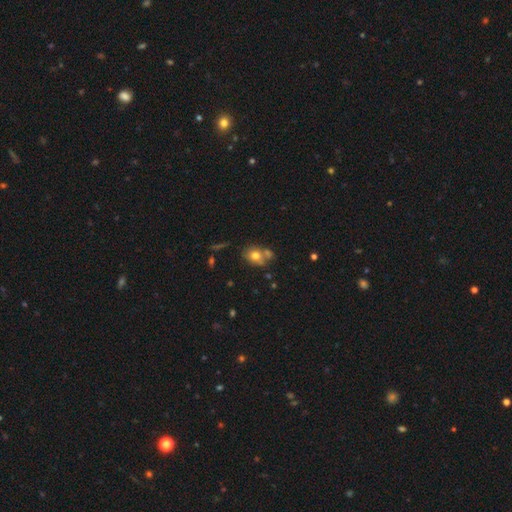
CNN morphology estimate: smooth-or-featured: smooth: 72% | featured or disk: 16% | star or artifact: 12%
  how-rounded: round: 51% | in between: 48% | cigar-shaped: 1%
  merging: none: 53% | merger: 27% | minor disturbance: 15% | major disturbance: 5%